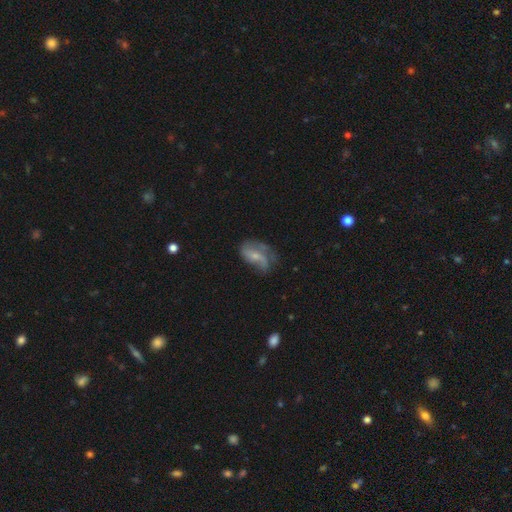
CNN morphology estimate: Overall: featured or disk (64%; smooth 29%). Edge-on disk: no (96%). Bar: no (52%; weak 36%). Spiral arms: yes (82%). Bulge size: small (63%; moderate 27%). Merging: none (40%; minor disturbance 30%).